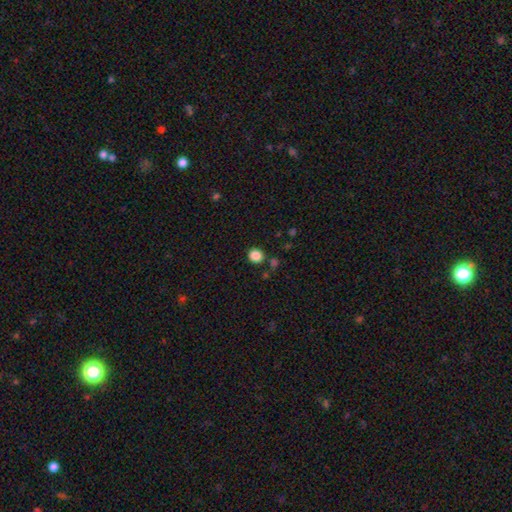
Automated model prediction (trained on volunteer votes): smooth_or_featured: smooth (p=0.86) [alt: star or artifact p=0.11]
how_rounded: round (p=0.80) [alt: in between p=0.19]
merging: none (p=0.84) [alt: minor disturbance p=0.08]